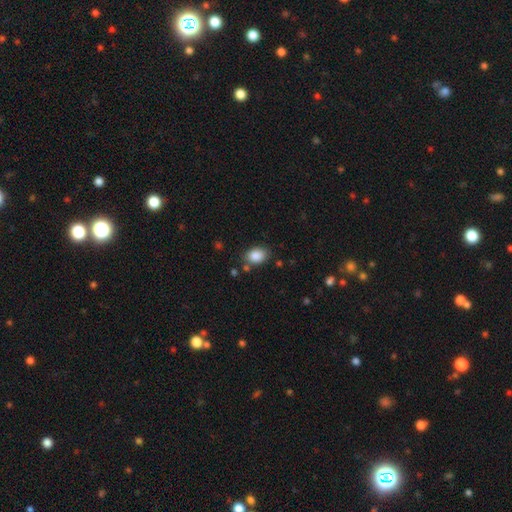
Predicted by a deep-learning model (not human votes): smooth_or_featured: smooth (p=0.87) [alt: star or artifact p=0.08]
how_rounded: in between (p=0.75) [alt: round p=0.24]
merging: none (p=0.78) [alt: minor disturbance p=0.14]